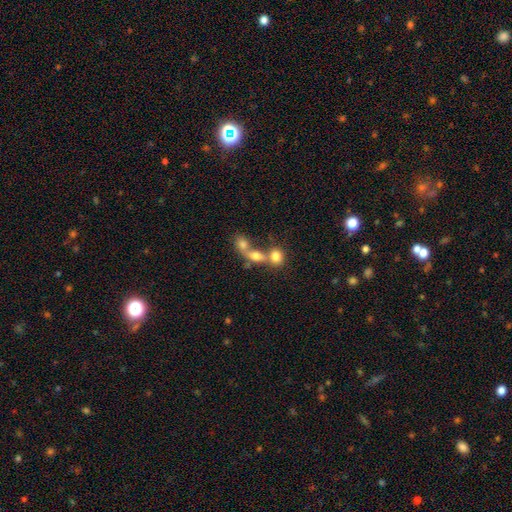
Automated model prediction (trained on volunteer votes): Overall: smooth (71%). How rounded: in between (50%; round 45%). Merging: merger (65%).